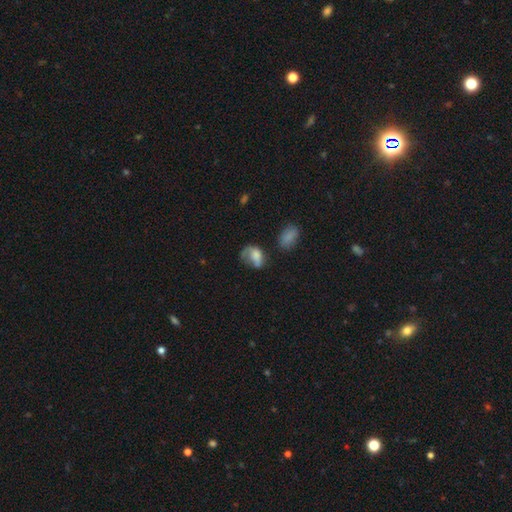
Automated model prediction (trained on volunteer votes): Smooth or featured?
  - smooth: 63% *
  - featured or disk: 26%
  - star or artifact: 11%
How rounded?
  - in between: 73% *
  - round: 25%
  - cigar-shaped: 2%
Merging?
  - major disturbance: 36% *
  - none: 30%
  - minor disturbance: 28%
  - merger: 7%